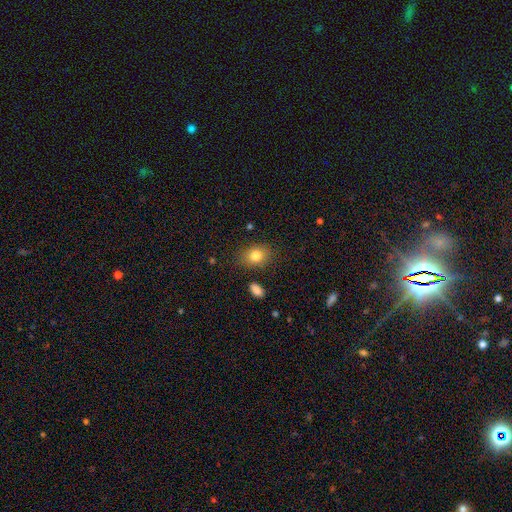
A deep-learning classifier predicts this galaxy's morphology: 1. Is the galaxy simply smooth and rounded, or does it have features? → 81% smooth, 10% star or artifact, 9% featured or disk.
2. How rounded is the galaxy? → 65% in between, 33% round, 1% cigar-shaped.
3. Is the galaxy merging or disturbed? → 82% none, 12% minor disturbance, 3% major disturbance, 3% merger.